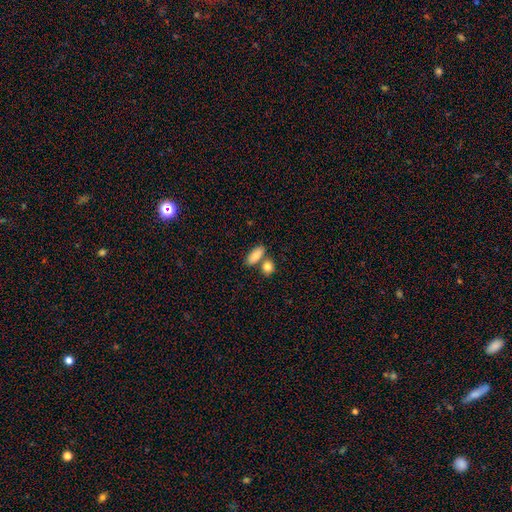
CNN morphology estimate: A smooth galaxy with no disk features (83%) that is in between round and cigar-shaped (83%). Merging: none (58%).